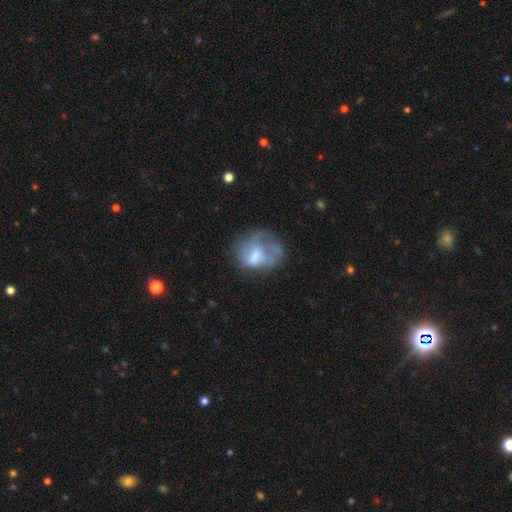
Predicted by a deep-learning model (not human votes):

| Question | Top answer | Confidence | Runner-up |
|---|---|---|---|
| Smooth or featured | smooth | 49% | featured or disk (41%) |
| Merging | major disturbance | 39% | none (32%) |